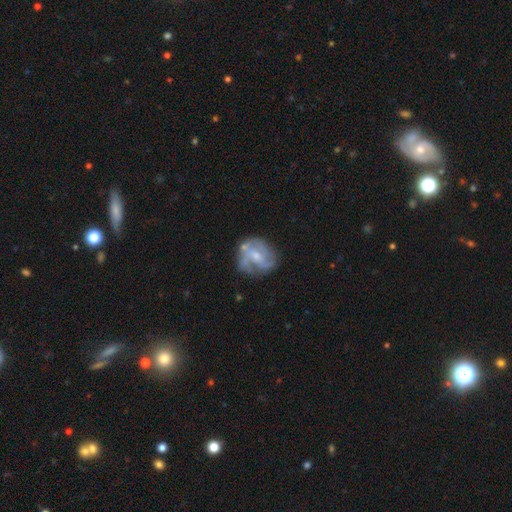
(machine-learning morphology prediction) The model was most divided on "spiral arm count": 3: 30%, 2: 27%, can't tell: 26%, 4: 8%, 1: 5%, more than 4: 4%. Remaining: edge-on disk — no (98%); spiral arms — yes (80%); smooth or featured — featured or disk (72%); merging — none (59%); bulge size — small (54%); bar — no (50%); spiral winding — medium (44%).